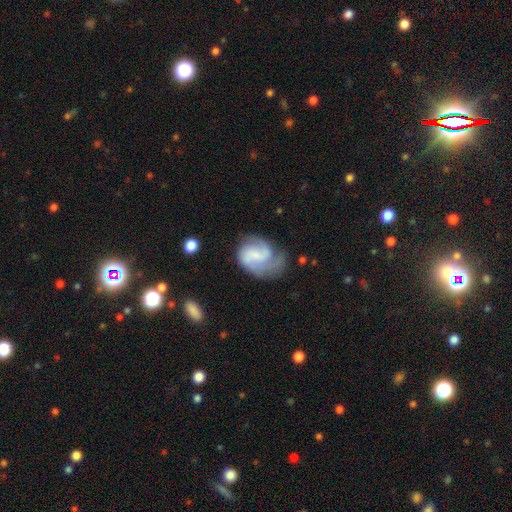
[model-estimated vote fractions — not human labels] This appears to be a featured or disk galaxy (70%) with no bar (50%), 2 (46%) medium (46%) spiral arms (92%) and a small central bulge (45%). Merging: none (46%).